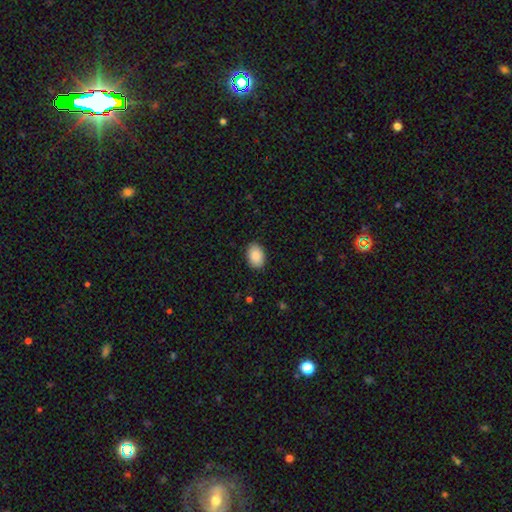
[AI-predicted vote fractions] A smooth galaxy with no disk features (88%) that is in between round and cigar-shaped (84%). Merging: none (89%).